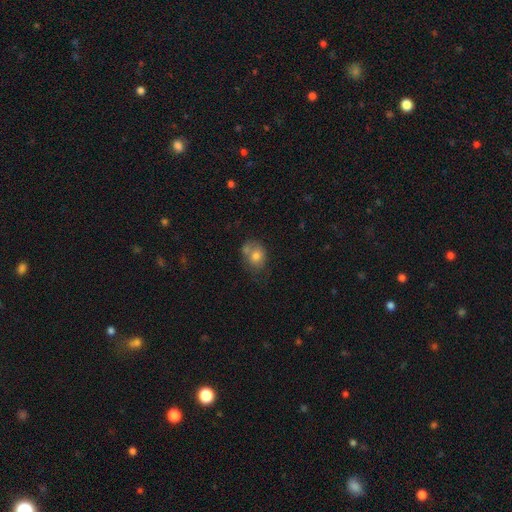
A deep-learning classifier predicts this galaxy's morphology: Smooth or featured? smooth (72%)
How rounded? in between (51%)
Merging? none (42%)